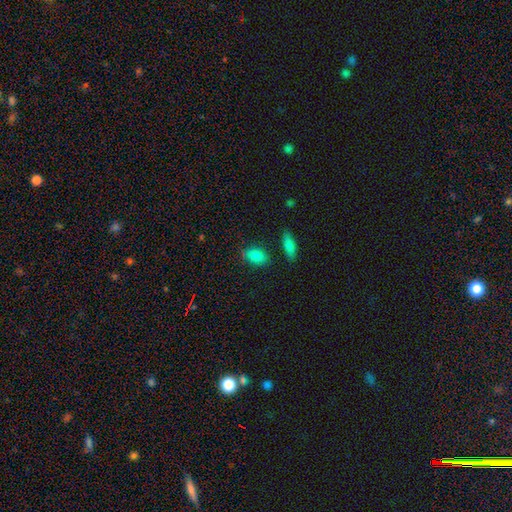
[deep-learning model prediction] smooth-or-featured: smooth: 85% | star or artifact: 10% | featured or disk: 5%
  how-rounded: in between: 83% | round: 14% | cigar-shaped: 3%
  merging: none: 77% | minor disturbance: 14% | merger: 5% | major disturbance: 4%